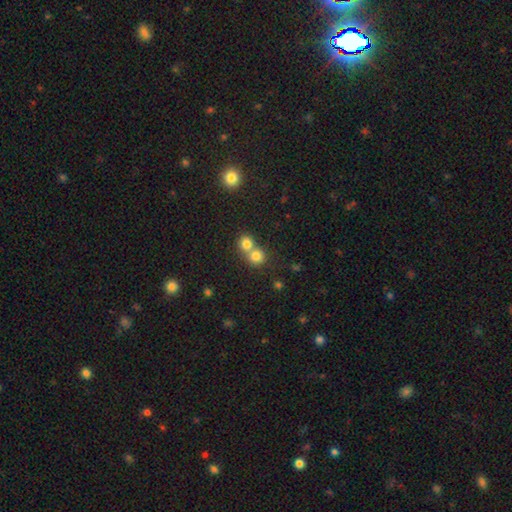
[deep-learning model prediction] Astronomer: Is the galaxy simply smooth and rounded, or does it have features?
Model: smooth — 78%.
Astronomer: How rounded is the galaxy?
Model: round — 86%.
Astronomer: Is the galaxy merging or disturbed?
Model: merger — 55% (runner-up: none, 39%).